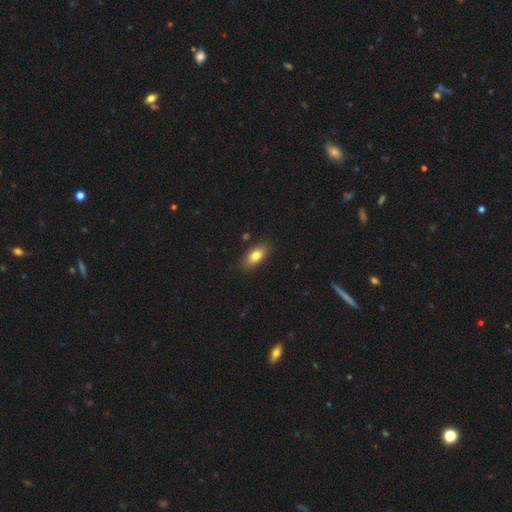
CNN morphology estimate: Smooth or featured?
  - smooth: 81% *
  - featured or disk: 12%
  - star or artifact: 7%
How rounded?
  - in between: 87% *
  - cigar-shaped: 9%
  - round: 4%
Merging?
  - none: 85% *
  - minor disturbance: 11%
  - major disturbance: 2%
  - merger: 2%